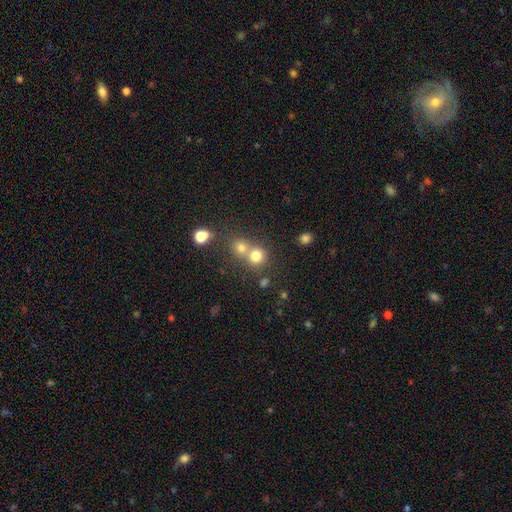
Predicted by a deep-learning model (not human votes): This appears to be a smooth galaxy with no disk features (75%) that is round (86%). Merging: none (46%).